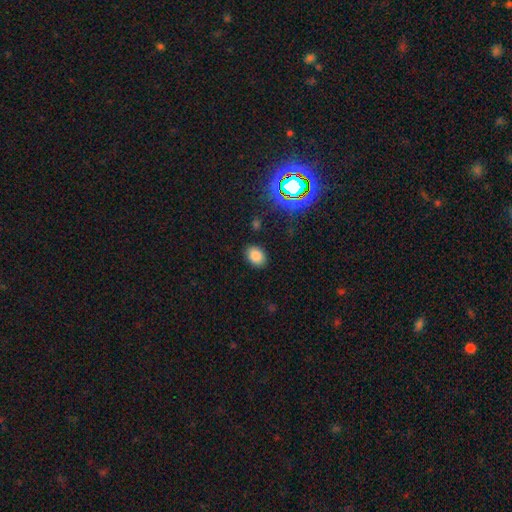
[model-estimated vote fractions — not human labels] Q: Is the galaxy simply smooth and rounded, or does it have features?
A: smooth — 81%.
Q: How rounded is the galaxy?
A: in between — 72%.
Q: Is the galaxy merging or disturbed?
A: none — 85%.